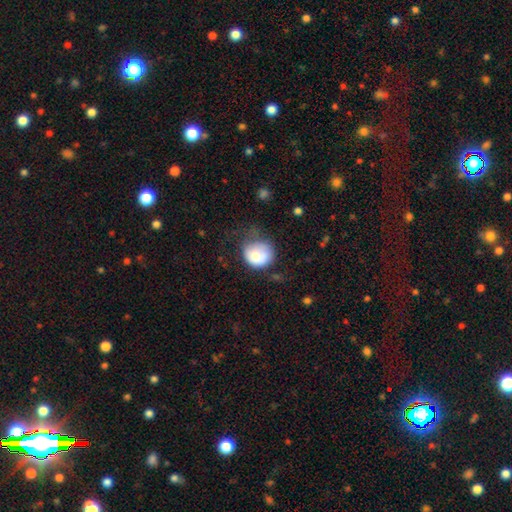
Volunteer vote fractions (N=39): Volunteers were most divided on "merging": major disturbance: 36%, none: 31%, minor disturbance: 28%, merger: 6%. More confident: how rounded — round (79%); smooth or featured — smooth (72%).